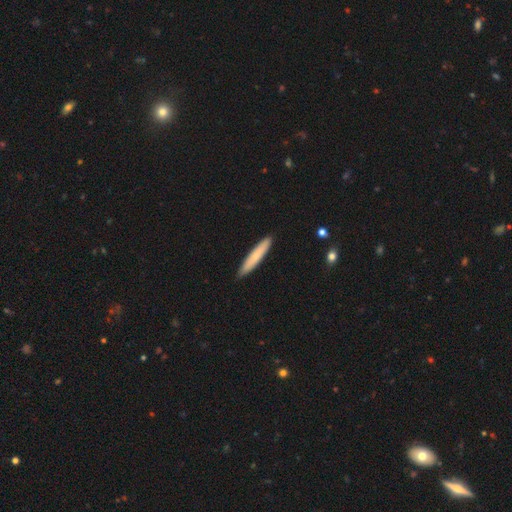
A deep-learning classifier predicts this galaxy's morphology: Q: Smooth or featured?
A: smooth (73%); runner-up: featured or disk (22%)
Q: How rounded?
A: cigar-shaped (92%); runner-up: in between (7%)
Q: Merging?
A: none (90%); runner-up: minor disturbance (8%)